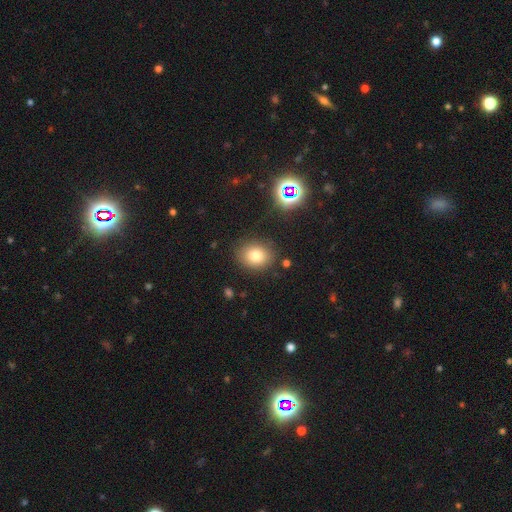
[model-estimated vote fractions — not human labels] This is likely a smooth galaxy (78%). How rounded: possibly round (58%). Merging: clearly none (85%).